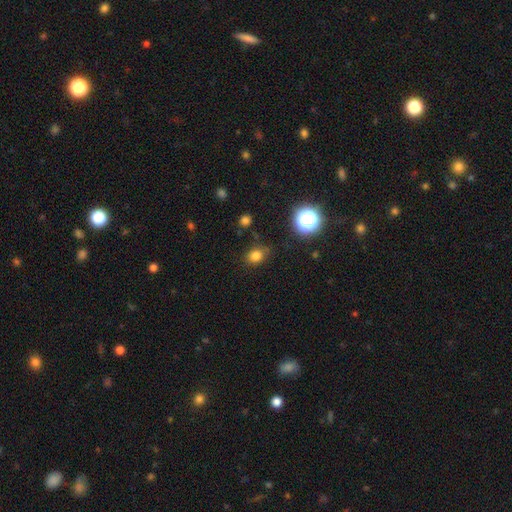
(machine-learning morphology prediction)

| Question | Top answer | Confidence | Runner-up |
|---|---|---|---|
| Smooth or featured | smooth | 78% | star or artifact (16%) |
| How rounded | round | 53% | in between (46%) |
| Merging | none | 78% | minor disturbance (16%) |